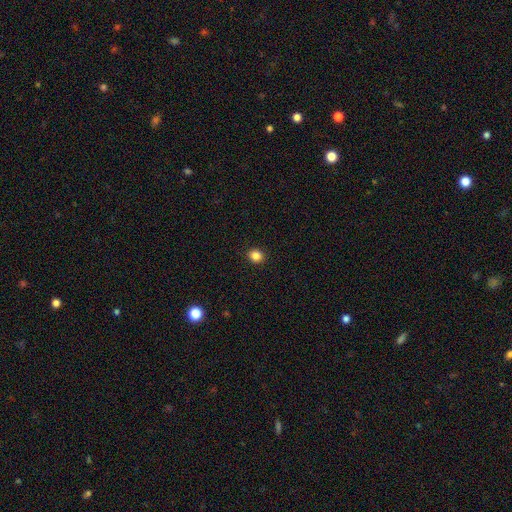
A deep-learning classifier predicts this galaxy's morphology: smooth 85%, star or artifact 12%, featured or disk 4%. Down the decision tree: how rounded — round (76%); merging — none (92%).